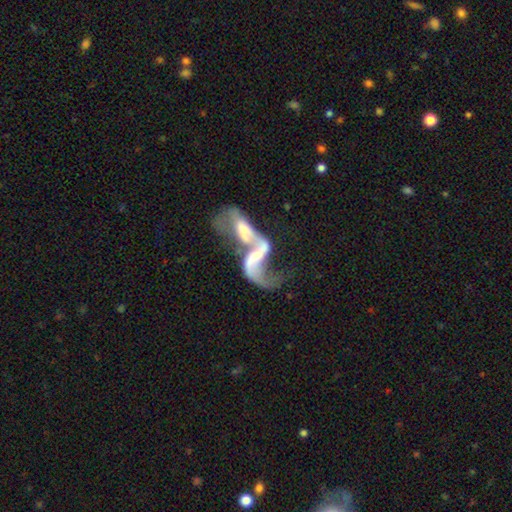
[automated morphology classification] smooth-or-featured: featured or disk: 77% | smooth: 15% | star or artifact: 8%
  disk-edge-on: no: 95% | yes: 5%
    bar: no: 41% | weak: 35% | strong: 24%
    has-spiral-arms: yes: 76% | no: 24%
      spiral-winding: loose: 85% | medium: 12% | tight: 3%
      spiral-arm-count: 2: 68% | 1: 21% | can't tell: 8% | 3: 1% | 4: 1% | more than 4: 1%
    bulge-size: none: 32% (tied) | small: 32% (tied) | moderate: 27% | large: 7% | dominant: 2%
  merging: merger: 71% | major disturbance: 15% | none: 9% | minor disturbance: 5%